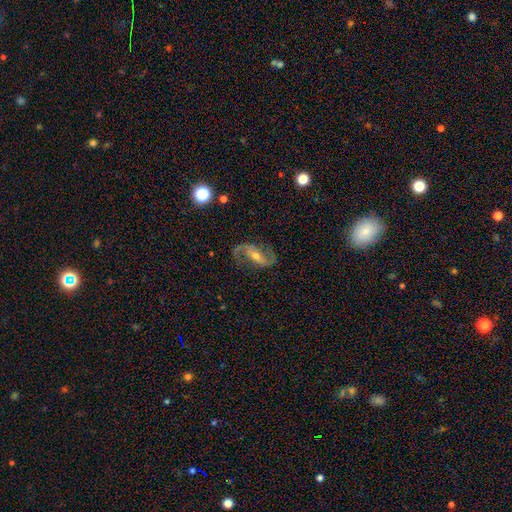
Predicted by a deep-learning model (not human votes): smooth-or-featured: featured or disk: 89% | star or artifact: 6% | smooth: 6%
  disk-edge-on: no: 96% | yes: 4%
    bar: strong: 41% | weak: 37% | no: 22%
    has-spiral-arms: yes: 96% | no: 4%
      spiral-winding: loose: 50% | medium: 39% | tight: 11%
      spiral-arm-count: 2: 93% | 1: 2% | can't tell: 2% | 3: 1% | 4: 1% | more than 4: 1%
    bulge-size: small: 48% | moderate: 47% | large: 2% | none: 2% | dominant: 1%
  merging: none: 79% | minor disturbance: 13% | major disturbance: 7% | merger: 2%